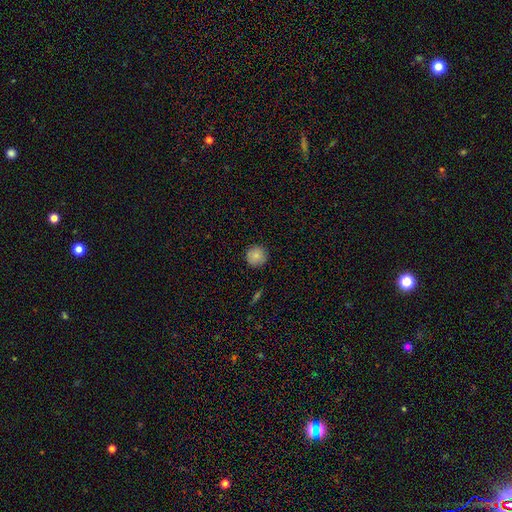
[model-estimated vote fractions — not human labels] A smooth galaxy with no disk features (85%) that is round (95%).

Vote fractions:
- Smooth or featured? smooth: 85% / star or artifact: 8% / featured or disk: 7%
- How rounded? round: 95% / in between: 4% / cigar-shaped: 1%
- Merging? none: 89% / minor disturbance: 8% / major disturbance: 2% / merger: 1%